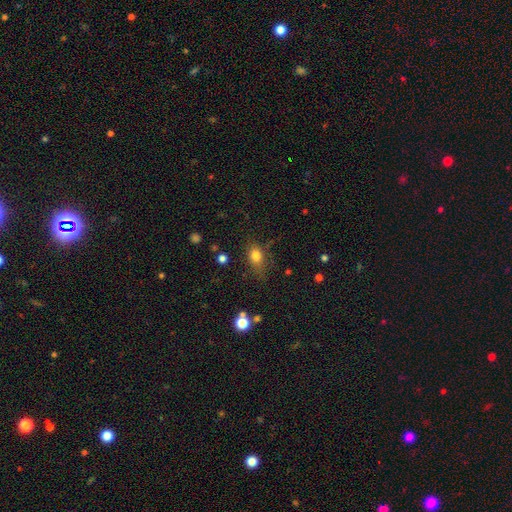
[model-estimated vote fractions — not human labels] smooth-or-featured: smooth: 79% | star or artifact: 12% | featured or disk: 9%
  how-rounded: in between: 69% | round: 28% | cigar-shaped: 3%
  merging: none: 65% | minor disturbance: 23% | major disturbance: 9% | merger: 3%